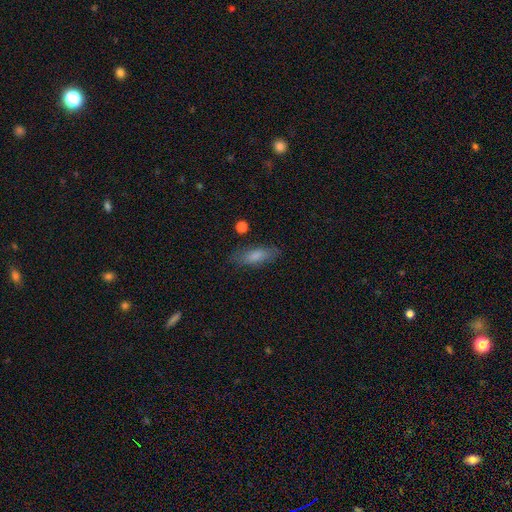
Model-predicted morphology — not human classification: Q: Smooth or featured?
A: smooth (80%); runner-up: featured or disk (13%)
Q: How rounded?
A: in between (59%); runner-up: cigar-shaped (39%)
Q: Merging?
A: none (79%); runner-up: minor disturbance (15%)